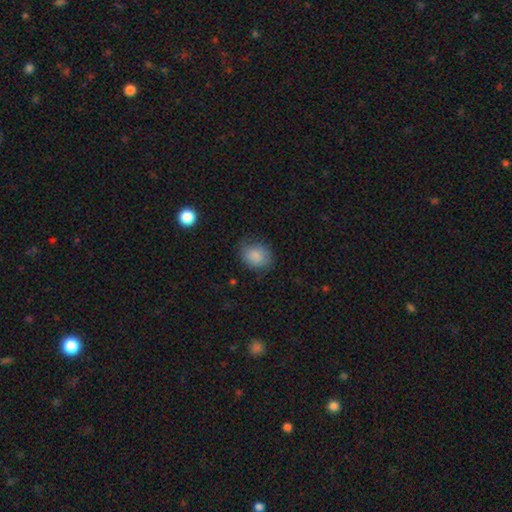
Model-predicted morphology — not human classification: Overall: smooth (86%). How rounded: round (54%; in between 45%). Merging: none (75%).